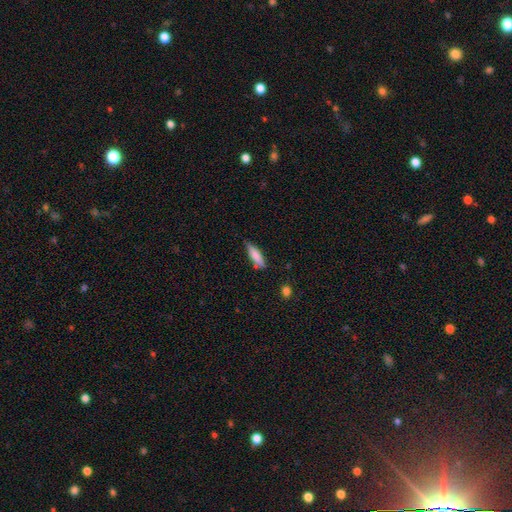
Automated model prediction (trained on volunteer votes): This appears to be a smooth galaxy with no disk features (80%) that is cigar-shaped (59%). Merging: none (69%).